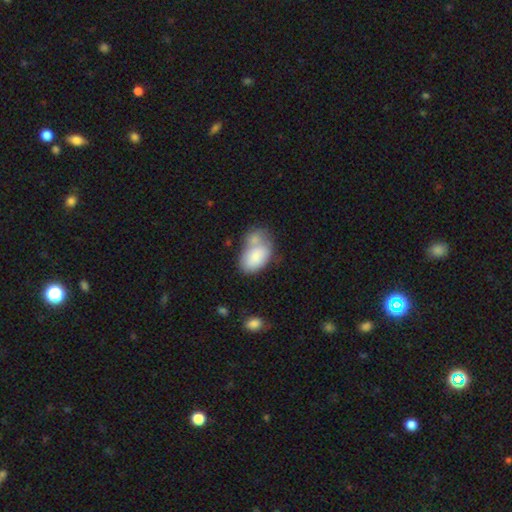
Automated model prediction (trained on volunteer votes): Morphology: type=smooth (78%); roundness=in between (90%); merging=merger (46%).